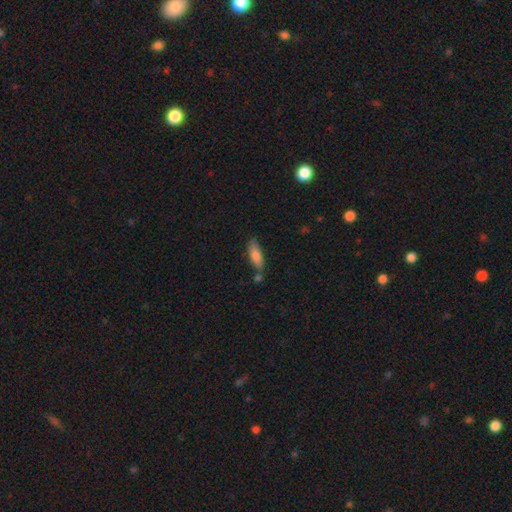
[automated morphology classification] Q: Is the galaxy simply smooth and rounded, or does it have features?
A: smooth — 81%.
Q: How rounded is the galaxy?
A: in between — 60%.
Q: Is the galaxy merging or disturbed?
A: none — 63%.